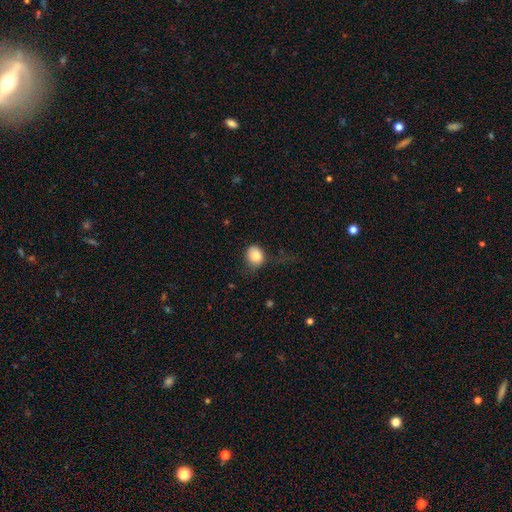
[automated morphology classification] The model was most divided on "merging": none: 50%, minor disturbance: 29%, major disturbance: 19%, merger: 2%. More confident: smooth or featured — smooth (83%); how rounded — round (66%).